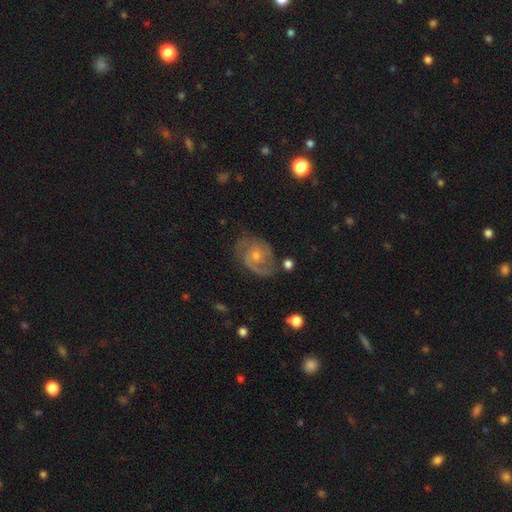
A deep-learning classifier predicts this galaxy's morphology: Q: Smooth or featured?
A: featured or disk (82%); runner-up: smooth (10%)
Q: Edge-on disk?
A: no (97%); runner-up: yes (3%)
Q: Bar?
A: no (66%); runner-up: weak (29%)
Q: Spiral arms?
A: yes (95%); runner-up: no (5%)
Q: Spiral winding?
A: tight (46%); runner-up: medium (43%)
Q: Spiral arm count?
A: 2 (69%); runner-up: can't tell (13%)
Q: Bulge size?
A: small (52%); runner-up: moderate (42%)
Q: Merging?
A: none (73%); runner-up: minor disturbance (18%)